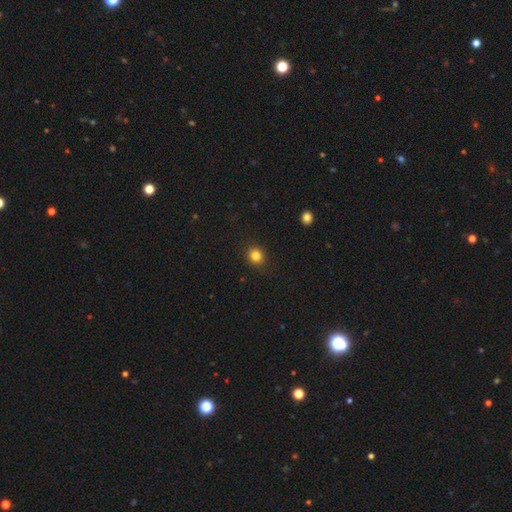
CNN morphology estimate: Q: Smooth or featured?
A: smooth (83%); runner-up: star or artifact (12%)
Q: How rounded?
A: round (81%); runner-up: in between (18%)
Q: Merging?
A: none (90%); runner-up: minor disturbance (7%)